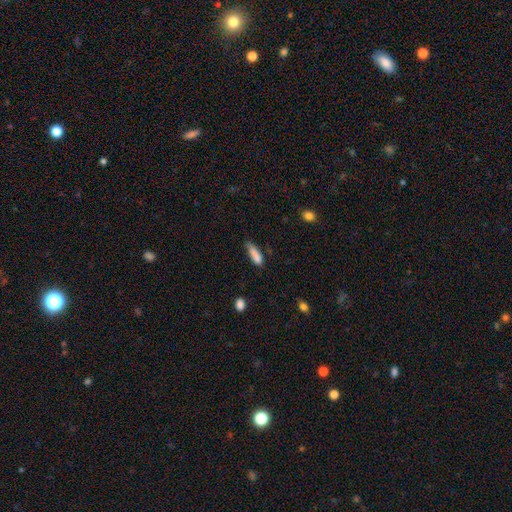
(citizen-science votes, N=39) smooth-or-featured: smooth: 92% | star or artifact: 5% | featured or disk: 3%
  how-rounded: cigar-shaped: 61% | in between: 39% | round: 0%
  merging: none: 62% | minor disturbance: 35% | major disturbance: 3% | merger: 0%